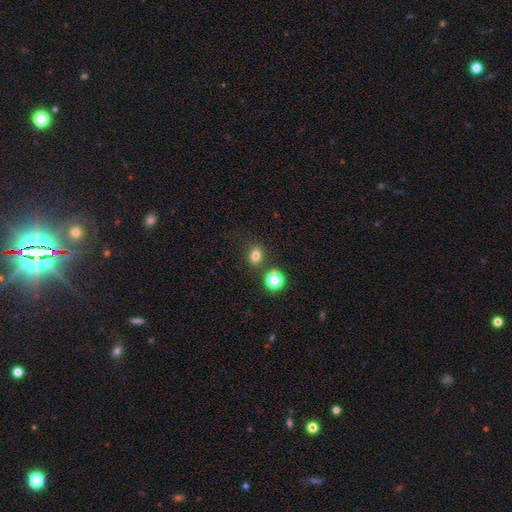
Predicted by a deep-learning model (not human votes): A smooth galaxy with no disk features (77%) that is in between round and cigar-shaped (54%). Merging: none (76%).